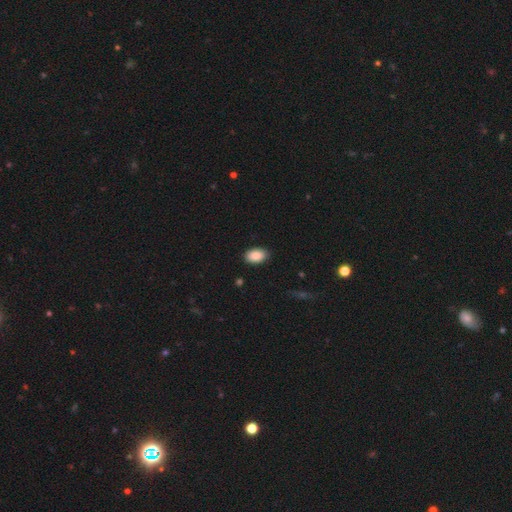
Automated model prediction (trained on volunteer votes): The model was most divided on "merging": none: 88%, minor disturbance: 9%, major disturbance: 2%, merger: 1%. More confident: how rounded — in between (92%); smooth or featured — smooth (89%).